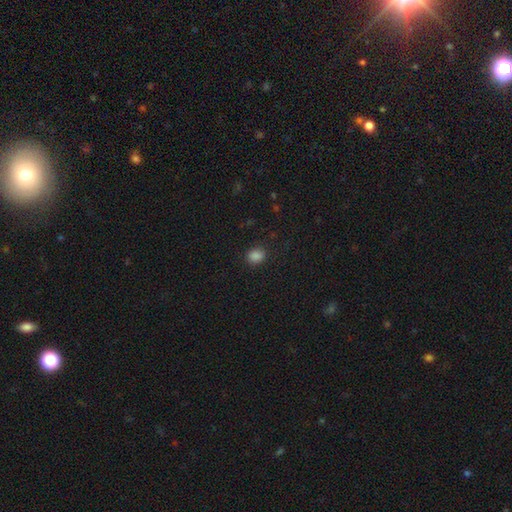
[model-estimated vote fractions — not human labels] smooth-or-featured: smooth: 85% | star or artifact: 12% | featured or disk: 3%
  how-rounded: round: 56% | in between: 43% | cigar-shaped: 1%
  merging: none: 86% | minor disturbance: 10% | major disturbance: 3% | merger: 1%